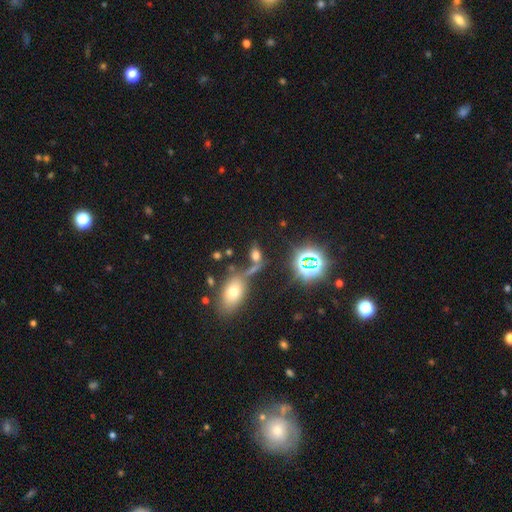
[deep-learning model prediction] smooth_or_featured: smooth (p=0.56) [alt: star or artifact p=0.31]
how_rounded: in between (p=0.76) [alt: round p=0.15]
merging: none (p=0.52) [alt: merger p=0.28]